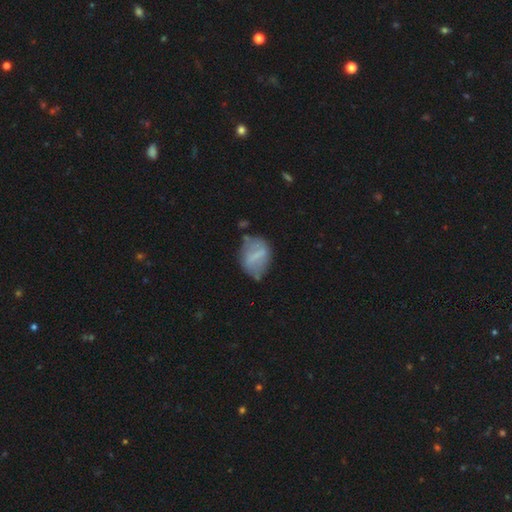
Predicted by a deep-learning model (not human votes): The model was most divided on "smooth or featured": smooth: 47%, featured or disk: 44%, star or artifact: 9%. More confident: merging — none (53%).